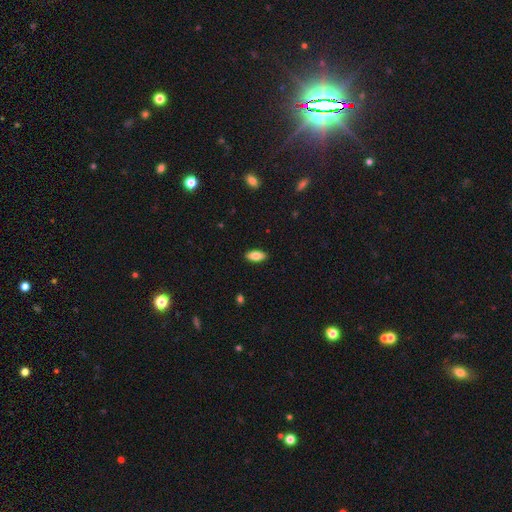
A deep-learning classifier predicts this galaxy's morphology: type=smooth (81%); roundness=in between (87%); merging=none (89%).